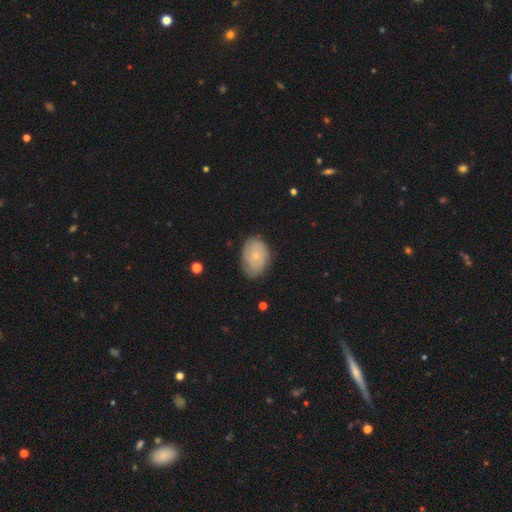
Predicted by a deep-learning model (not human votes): This appears to be a smooth galaxy with no disk features (54%) that is in between round and cigar-shaped (81%). Merging: none (74%).